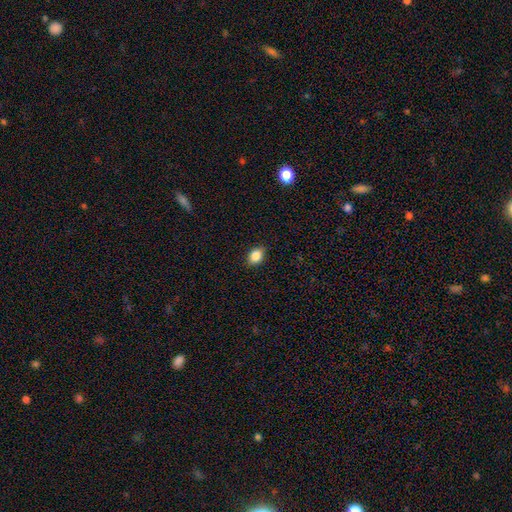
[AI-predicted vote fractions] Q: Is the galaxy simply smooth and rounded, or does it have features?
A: smooth — 86%.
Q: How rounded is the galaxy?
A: in between — 74%.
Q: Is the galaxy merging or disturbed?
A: none — 88%.